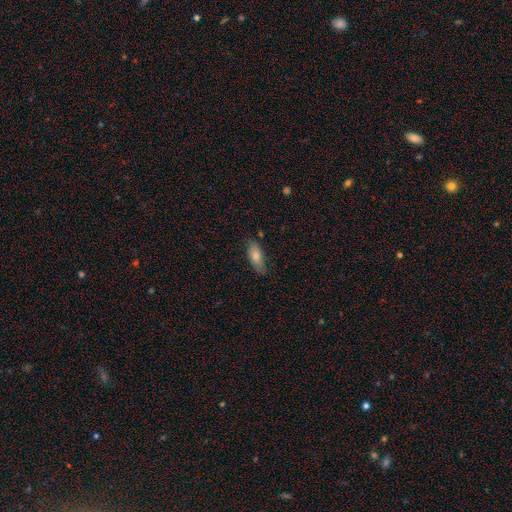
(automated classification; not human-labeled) A smooth galaxy with no disk features (72%) that is in between round and cigar-shaped (80%).

Vote fractions:
- Smooth or featured? smooth: 72% / featured or disk: 21% / star or artifact: 7%
- How rounded? in between: 80% / cigar-shaped: 18% / round: 3%
- Merging? none: 76% / minor disturbance: 19% / major disturbance: 3% / merger: 2%